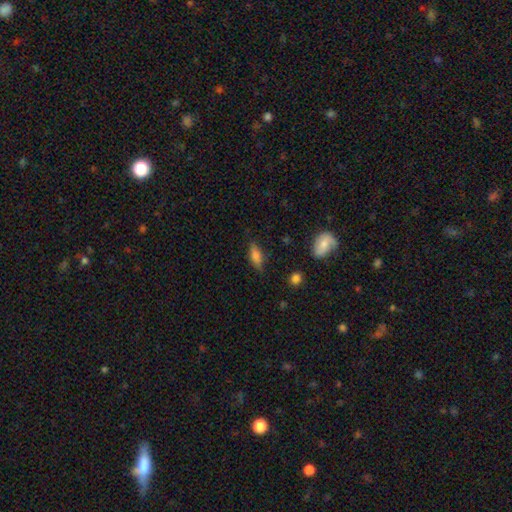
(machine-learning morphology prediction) Q: Smooth or featured?
A: smooth (65%); runner-up: featured or disk (25%)
Q: How rounded?
A: in between (64%); runner-up: cigar-shaped (31%)
Q: Merging?
A: none (77%); runner-up: minor disturbance (17%)